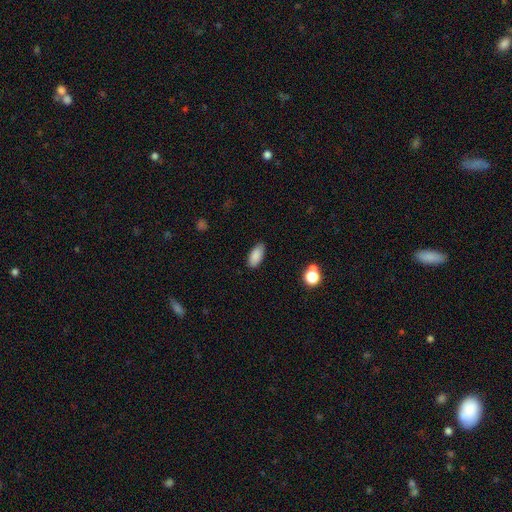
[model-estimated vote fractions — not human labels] This is clearly a smooth galaxy (88%). How rounded: clearly in between (89%). Merging: clearly none (87%).